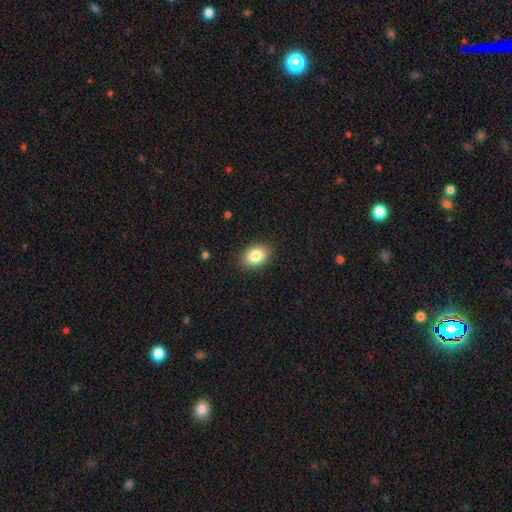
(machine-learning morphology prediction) The model was most divided on "how rounded": in between: 81%, round: 18%, cigar-shaped: 1%. More confident: merging — none (88%); smooth or featured — smooth (84%).